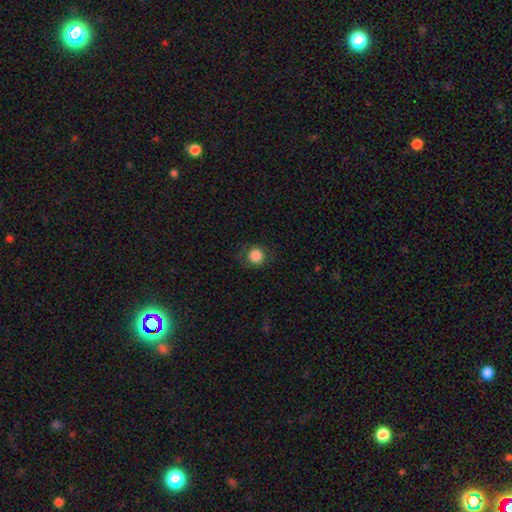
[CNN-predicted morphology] This appears to be a smooth galaxy with no disk features (85%) that is round (92%). Merging: none (83%).